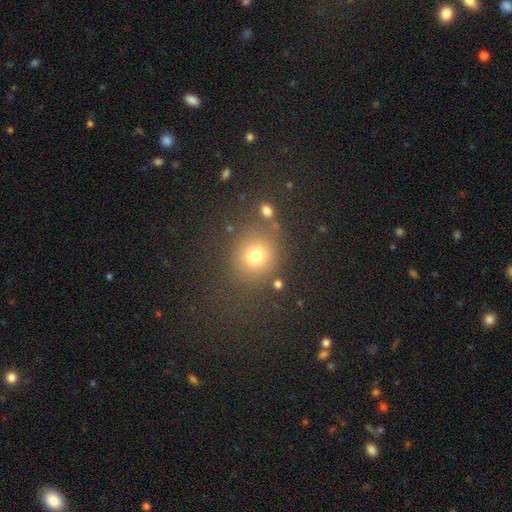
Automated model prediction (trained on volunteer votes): Smooth or featured? Predicted: smooth (p=0.75). How rounded? Predicted: round (p=0.81). Merging? Predicted: none (p=0.75).